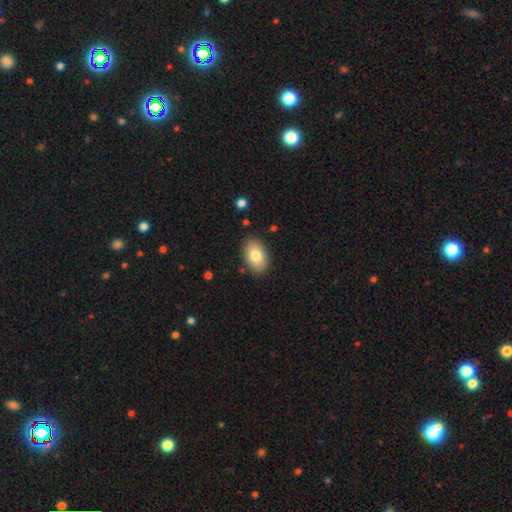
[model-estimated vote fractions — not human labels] A smooth galaxy with no disk features (81%) that is in between round and cigar-shaped (92%). Merging: none (86%).